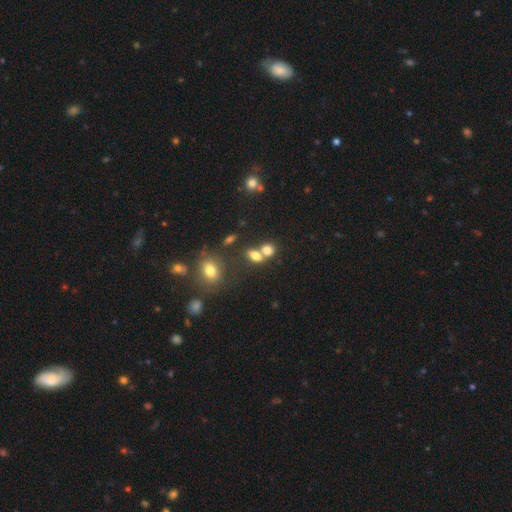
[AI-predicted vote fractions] smooth_or_featured: smooth (p=0.75) [alt: star or artifact p=0.14]
how_rounded: in between (p=0.59) [alt: round p=0.38]
merging: merger (p=0.48) [alt: none p=0.39]